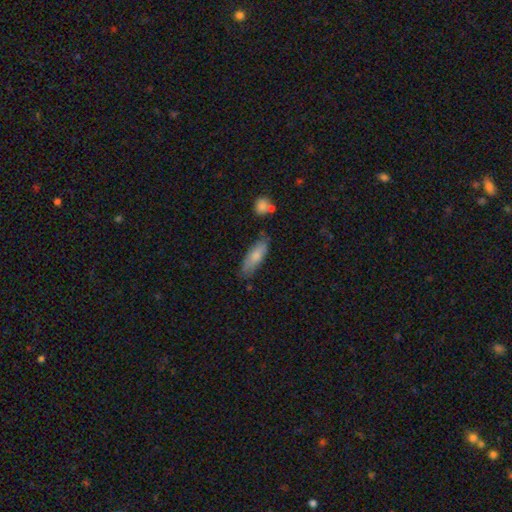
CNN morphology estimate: smooth 77%, featured or disk 17%, star or artifact 6%. Down the decision tree: how rounded — in between (57%); merging — none (72%).